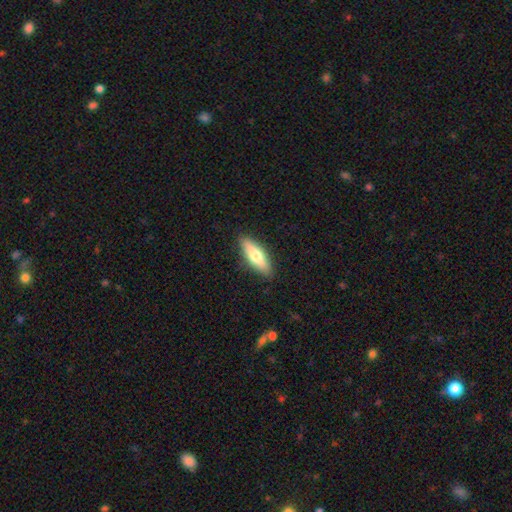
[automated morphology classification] This is likely a smooth galaxy (65%). How rounded: possibly in between (54%). Merging: clearly none (88%).